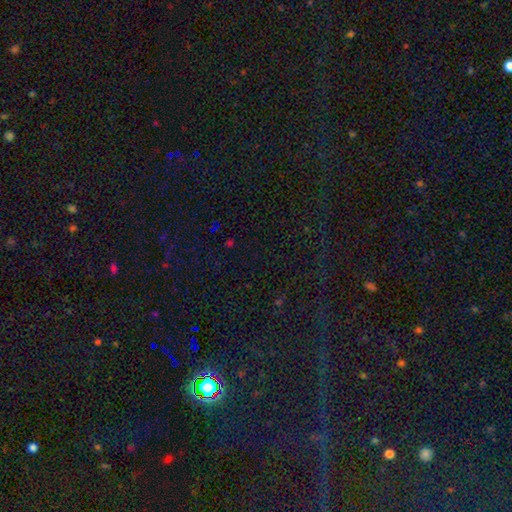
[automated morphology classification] smooth-or-featured: star or artifact: 69% | smooth: 24% | featured or disk: 8%